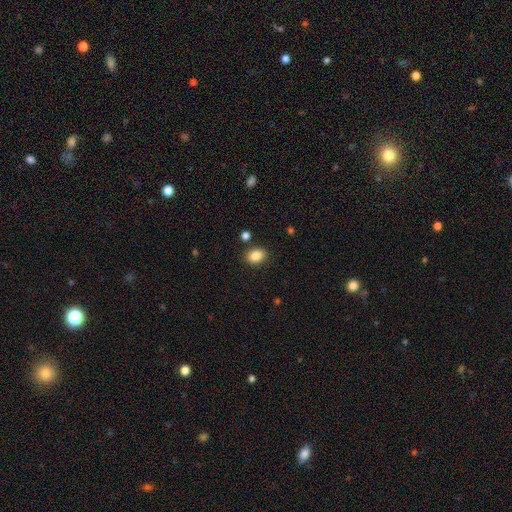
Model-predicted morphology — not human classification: Q: Smooth or featured?
A: smooth (86%); runner-up: star or artifact (9%)
Q: How rounded?
A: in between (66%); runner-up: round (33%)
Q: Merging?
A: none (85%); runner-up: minor disturbance (9%)